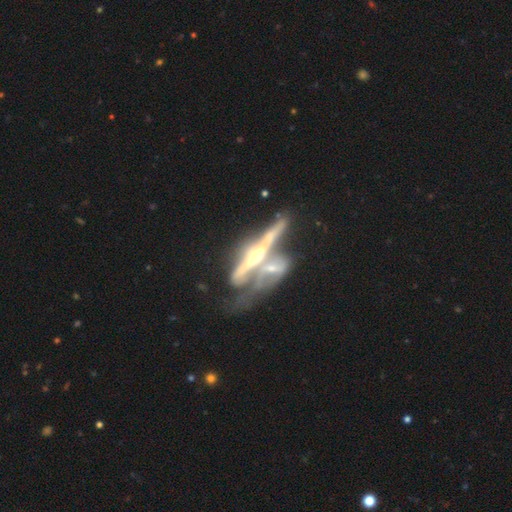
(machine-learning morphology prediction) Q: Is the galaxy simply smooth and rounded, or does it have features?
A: featured or disk — 83%.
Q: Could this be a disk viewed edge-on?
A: yes — 85%.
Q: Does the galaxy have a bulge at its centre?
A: rounded — 88%.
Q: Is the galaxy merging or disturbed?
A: merger — 55%.